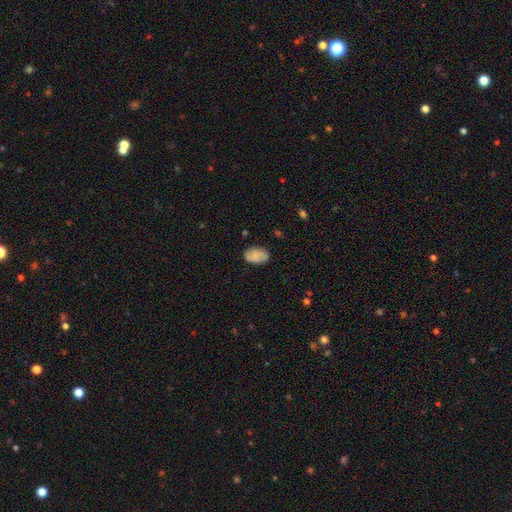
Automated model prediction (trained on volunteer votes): A smooth galaxy with no disk features (67%) that is in between round and cigar-shaped (91%).

Vote fractions:
- Smooth or featured? smooth: 67% / featured or disk: 25% / star or artifact: 8%
- How rounded? in between: 91% / round: 8% / cigar-shaped: 2%
- Merging? none: 80% / minor disturbance: 15% / major disturbance: 3% / merger: 1%